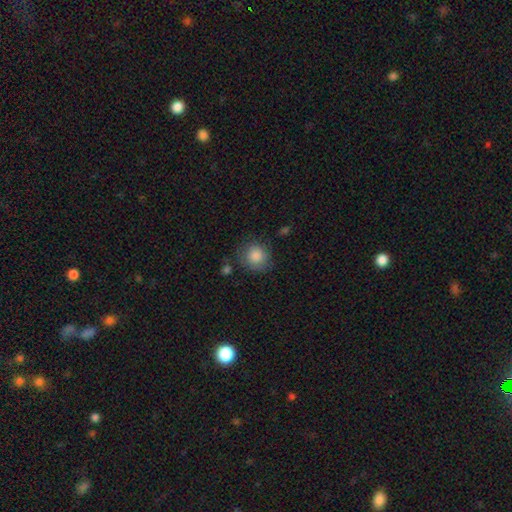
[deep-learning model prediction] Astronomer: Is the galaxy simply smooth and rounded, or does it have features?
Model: smooth — 86%.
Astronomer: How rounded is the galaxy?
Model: round — 87%.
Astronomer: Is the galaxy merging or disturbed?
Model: none — 74%.